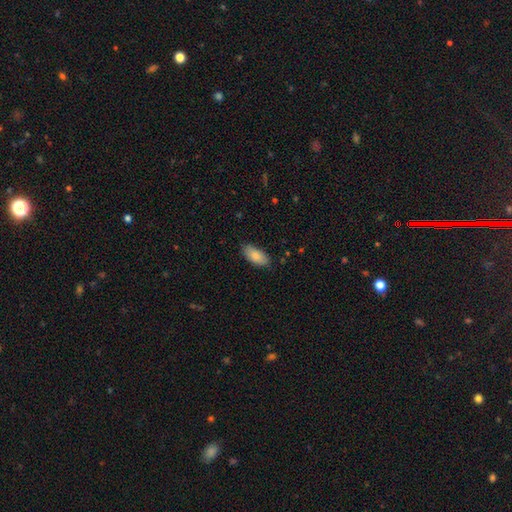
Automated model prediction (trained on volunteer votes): Smooth or featured: smooth — 83% (featured or disk — 11%)
How rounded: in between — 91% (cigar-shaped — 6%)
Merging: none — 82% (minor disturbance — 15%)